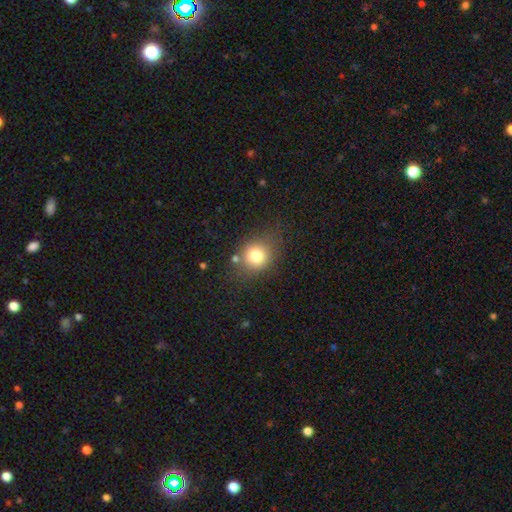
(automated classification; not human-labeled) A smooth galaxy with no disk features (77%) that is round (72%).

Vote fractions:
- Smooth or featured? smooth: 77% / star or artifact: 12% / featured or disk: 10%
- How rounded? round: 72% / in between: 27% / cigar-shaped: 1%
- Merging? none: 72% / minor disturbance: 16% / major disturbance: 6% / merger: 6%